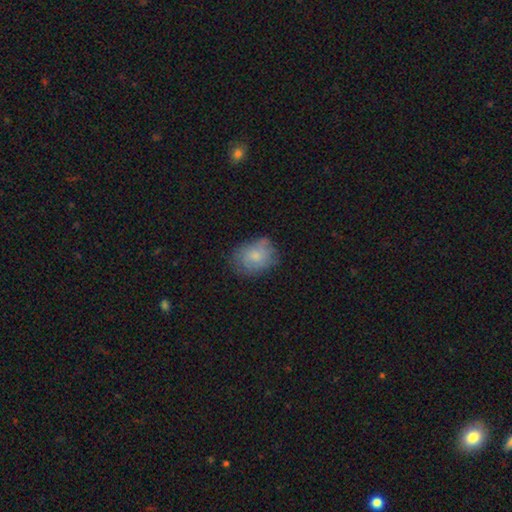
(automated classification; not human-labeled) This appears to be a smooth galaxy with no disk features (73%) that is in between round and cigar-shaped (57%). Merging: none (63%).